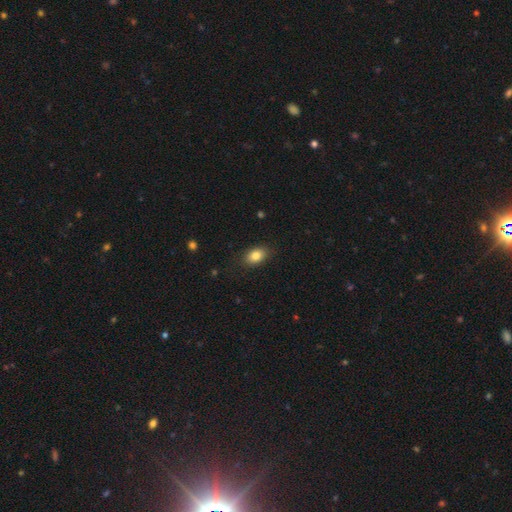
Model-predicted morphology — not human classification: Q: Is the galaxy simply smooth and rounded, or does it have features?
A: smooth — 84%.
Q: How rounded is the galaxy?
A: in between — 83%.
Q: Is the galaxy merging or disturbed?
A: none — 84%.